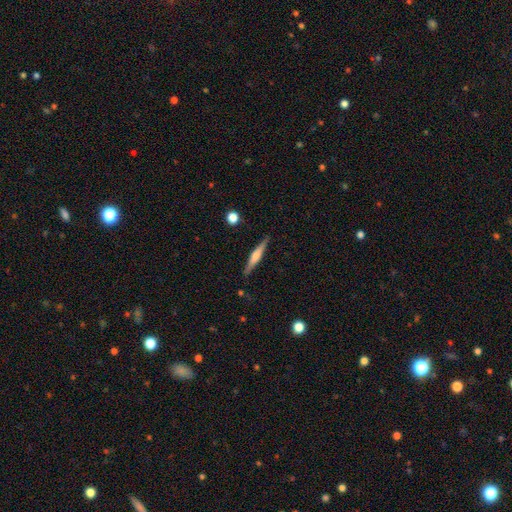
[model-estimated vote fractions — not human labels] Smooth or featured?
  - featured or disk: 58% *
  - smooth: 36%
  - star or artifact: 6%
Edge-on disk?
  - yes: 97% *
  - no: 3%
Edge-on bulge?
  - rounded: 65% *
  - boxy: 21%
  - none: 13%
Merging?
  - none: 89% *
  - minor disturbance: 8%
  - major disturbance: 2%
  - merger: 1%